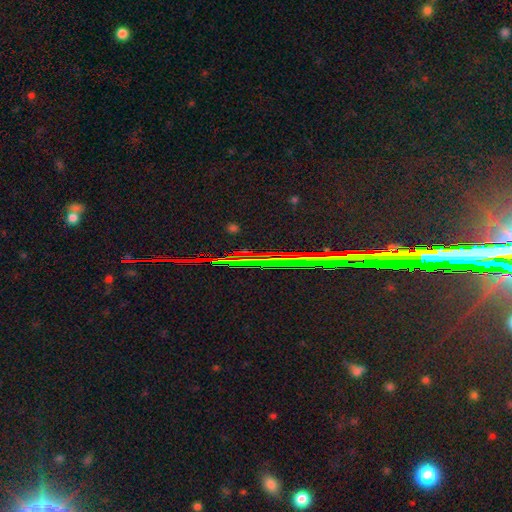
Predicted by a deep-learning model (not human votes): The model was most divided on "smooth or featured": star or artifact: 84%, featured or disk: 9%, smooth: 7%.